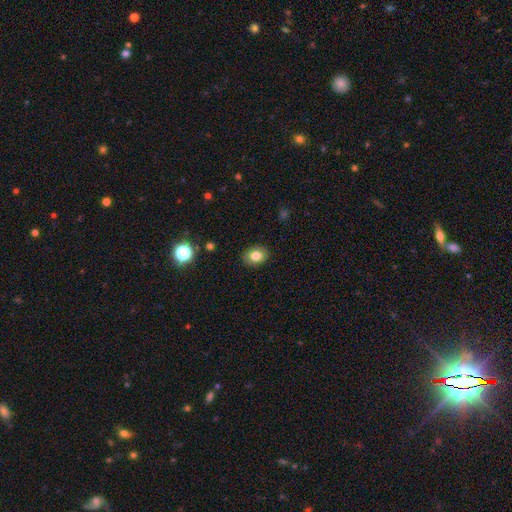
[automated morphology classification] Smooth or featured? smooth (80%)
How rounded? in between (59%)
Merging? none (88%)